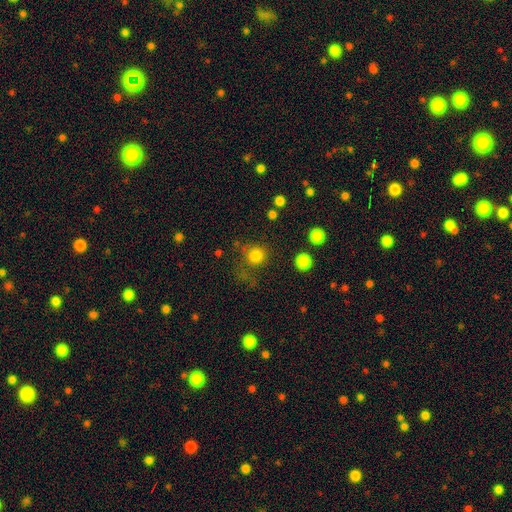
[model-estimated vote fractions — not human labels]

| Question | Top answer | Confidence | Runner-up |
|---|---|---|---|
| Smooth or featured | smooth | 81% | star or artifact (13%) |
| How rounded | round | 92% | in between (7%) |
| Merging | none | 71% | minor disturbance (13%) |